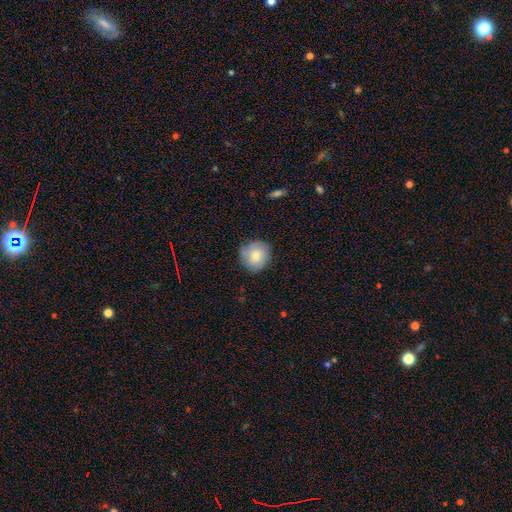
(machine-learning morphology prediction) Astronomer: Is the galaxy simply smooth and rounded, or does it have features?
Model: smooth — 81%.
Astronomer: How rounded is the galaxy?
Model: round — 92%.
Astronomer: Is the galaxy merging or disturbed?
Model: none — 83%.